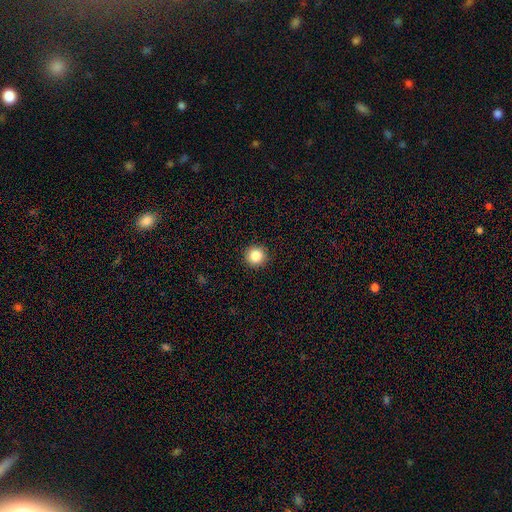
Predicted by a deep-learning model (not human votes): A smooth galaxy with no disk features (85%) that is round (95%). Merging: none (93%).